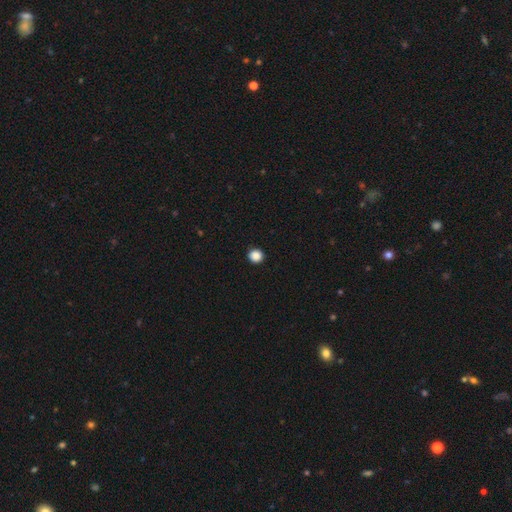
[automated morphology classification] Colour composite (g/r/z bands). It shows a smooth galaxy with no disk features (88%) that is round (93%). Merging: none (93%).